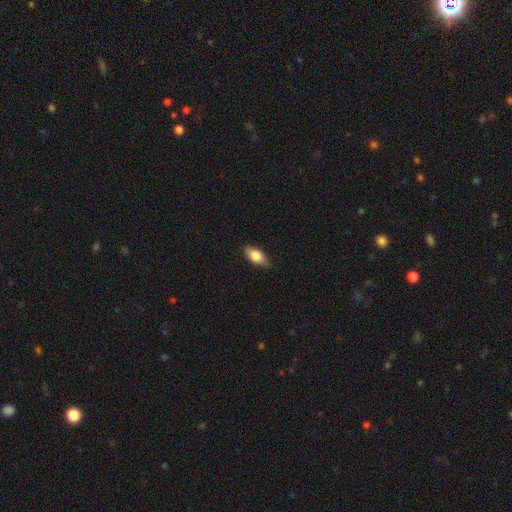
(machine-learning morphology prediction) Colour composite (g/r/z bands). It shows a smooth galaxy with no disk features (78%) that is in between round and cigar-shaped (87%). Merging: none (84%).